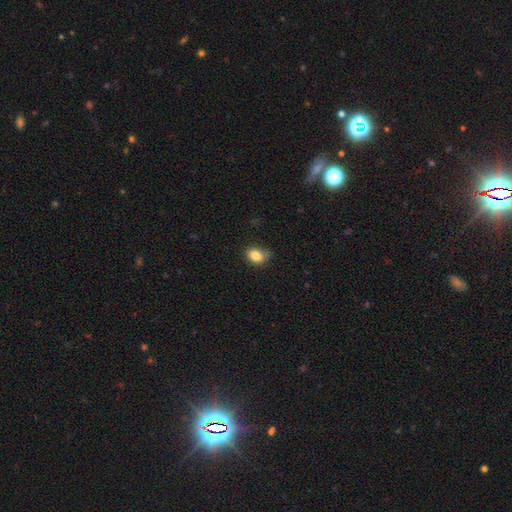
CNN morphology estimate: The model was most divided on "how rounded": in between: 63%, round: 36%, cigar-shaped: 1%. More confident: smooth or featured — smooth (84%); merging — none (62%).